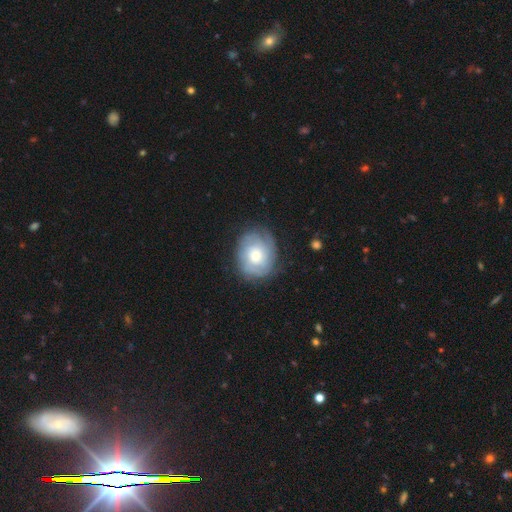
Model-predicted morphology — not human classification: This is possibly a featured or disk galaxy (53%). It is clearly not viewed edge-on (97%). Bar: clearly no (83%). Spiral arm pattern: likely yes (76%). Central bulge: possibly moderate (51%). Merging: likely none (73%).